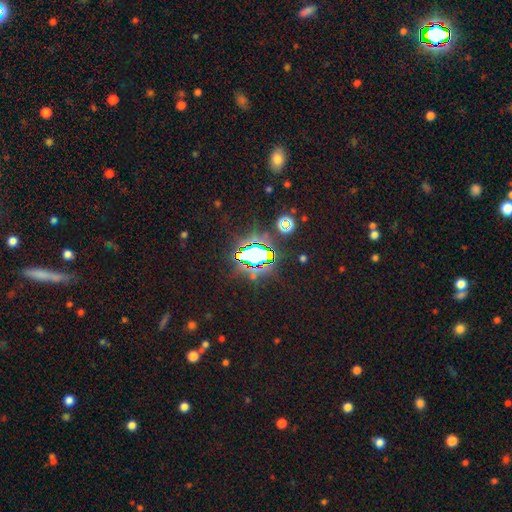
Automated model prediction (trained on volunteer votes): This is likely a star or artifact rather than a galaxy (70%).